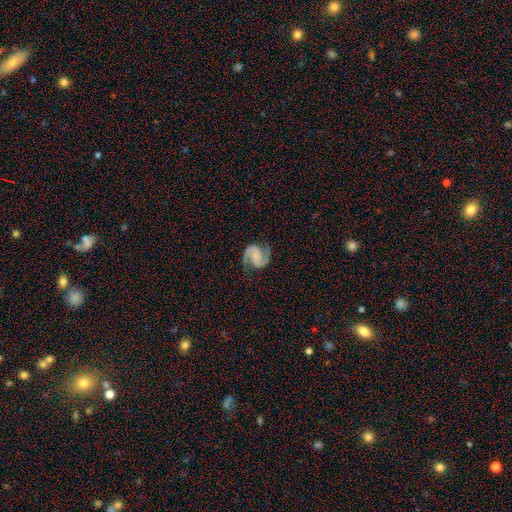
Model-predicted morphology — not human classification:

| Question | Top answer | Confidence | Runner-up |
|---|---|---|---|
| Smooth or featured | featured or disk | 90% | smooth (5%) |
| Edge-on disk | no | 98% | yes (2%) |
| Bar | no | 60% | weak (30%) |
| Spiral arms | yes | 98% | no (2%) |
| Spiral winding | medium | 57% | tight (24%) |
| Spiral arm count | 2 | 94% | can't tell (1%) |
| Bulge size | none | 45% | small (35%) |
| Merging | none | 82% | minor disturbance (12%) |